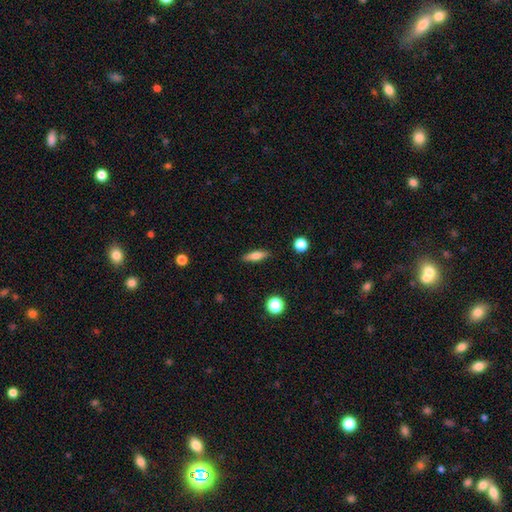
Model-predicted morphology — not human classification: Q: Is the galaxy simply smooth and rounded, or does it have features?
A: smooth — 71%.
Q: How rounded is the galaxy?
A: cigar-shaped — 55%.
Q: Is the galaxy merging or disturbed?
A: none — 88%.